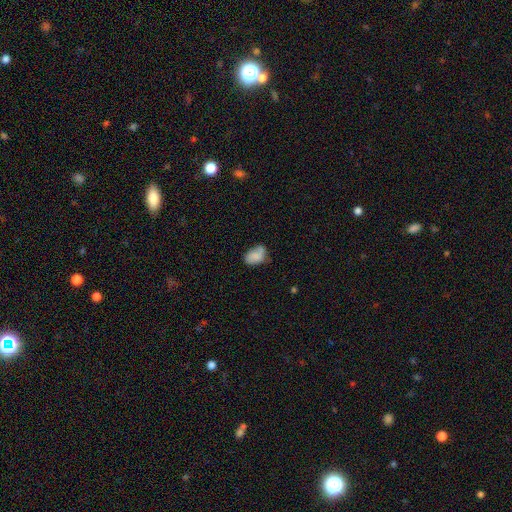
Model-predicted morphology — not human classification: smooth-or-featured: smooth: 74% | featured or disk: 17% | star or artifact: 9%
  how-rounded: in between: 84% | round: 15% | cigar-shaped: 1%
  merging: none: 50% | minor disturbance: 33% | major disturbance: 10% | merger: 6%